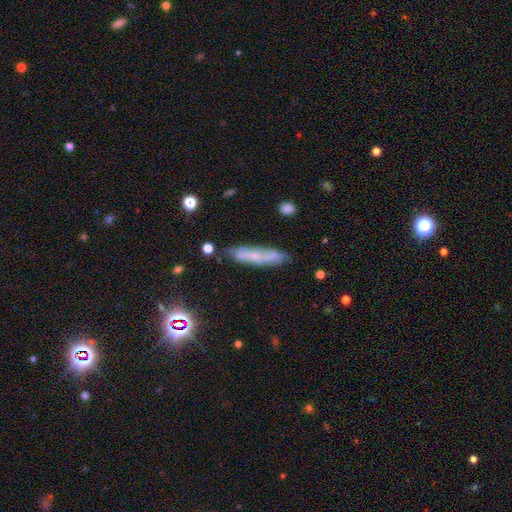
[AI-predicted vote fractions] Smooth or featured? Predicted: smooth (p=0.45). Merging? Predicted: none (p=0.73).